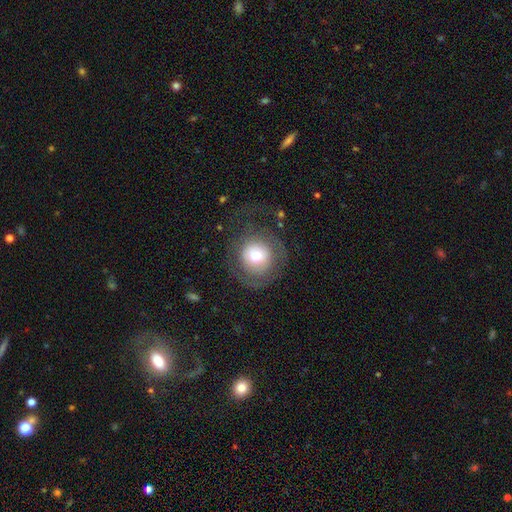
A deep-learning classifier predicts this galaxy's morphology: This appears to be a smooth galaxy with no disk features (56%) that is round (91%). Merging: none (61%).